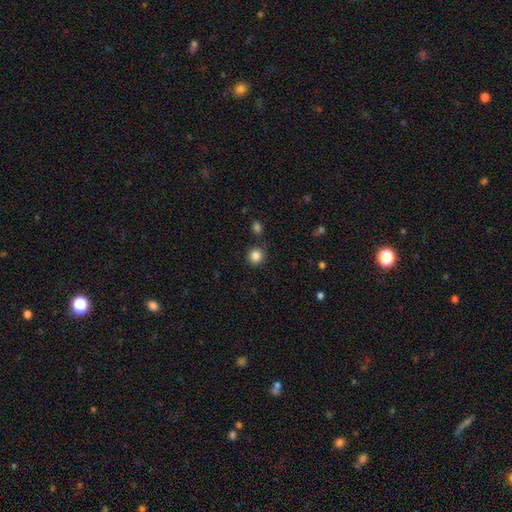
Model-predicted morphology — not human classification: Overall: smooth (85%). How rounded: round (91%). Merging: none (84%).